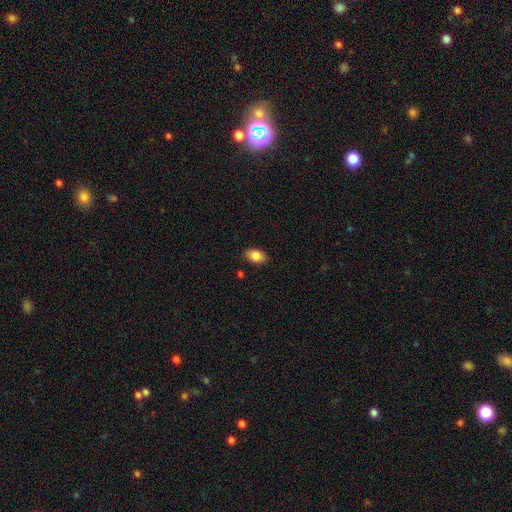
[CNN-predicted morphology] This is clearly a smooth galaxy (85%). How rounded: clearly in between (89%). Merging: clearly none (86%).